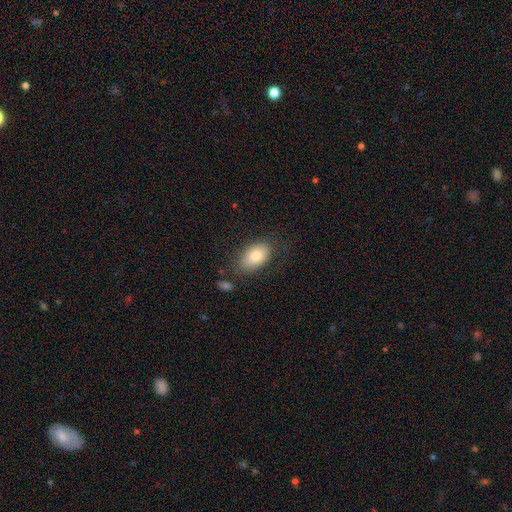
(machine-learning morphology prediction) This appears to be a smooth galaxy with no disk features (78%) that is in between round and cigar-shaped (91%). Merging: none (71%).